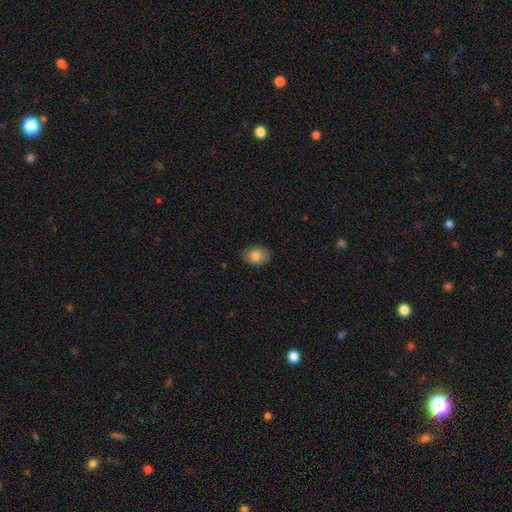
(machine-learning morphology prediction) A smooth galaxy with no disk features (82%) that is in between round and cigar-shaped (69%).

Vote fractions:
- Smooth or featured? smooth: 82% / featured or disk: 10% / star or artifact: 8%
- How rounded? in between: 69% / round: 29% / cigar-shaped: 1%
- Merging? none: 82% / minor disturbance: 14% / major disturbance: 3% / merger: 1%